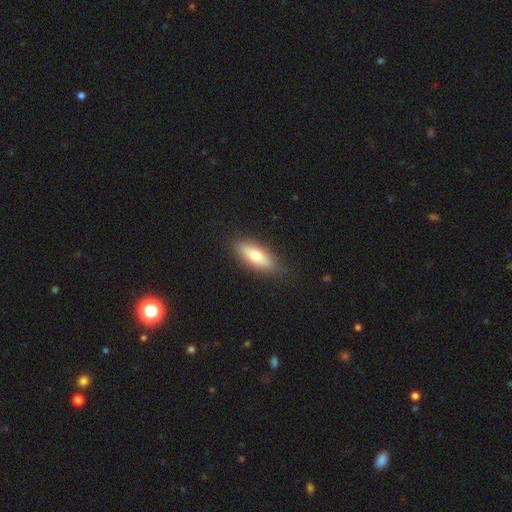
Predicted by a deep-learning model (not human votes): Smooth or featured? Predicted: smooth (p=0.71). How rounded? Predicted: in between (p=0.68). Merging? Predicted: none (p=0.85).